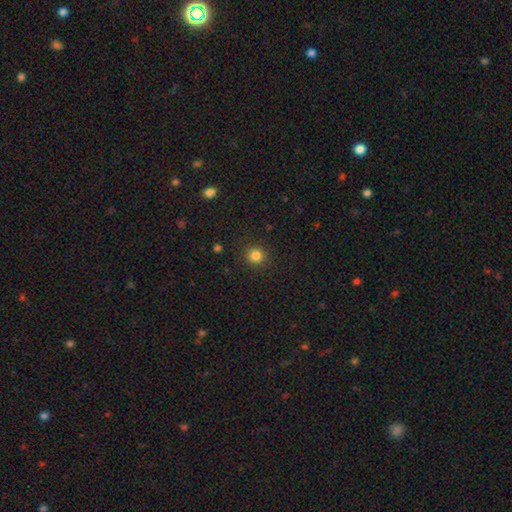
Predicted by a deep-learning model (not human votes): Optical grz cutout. It shows a smooth galaxy with no disk features (83%) that is round (92%). Merging: none (90%).